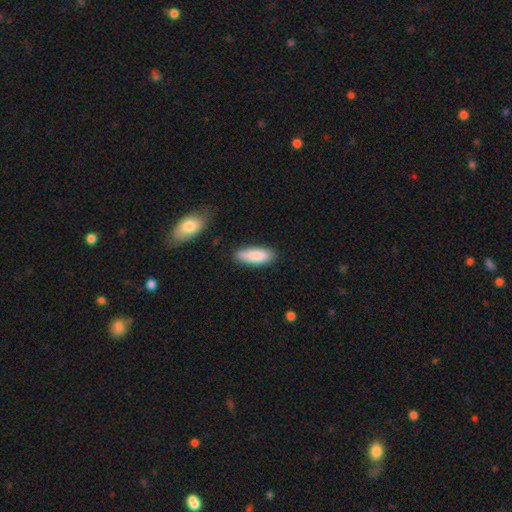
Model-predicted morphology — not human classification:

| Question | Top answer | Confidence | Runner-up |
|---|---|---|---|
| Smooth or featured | smooth | 87% | featured or disk (7%) |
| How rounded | in between | 67% | cigar-shaped (32%) |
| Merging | none | 80% | minor disturbance (14%) |